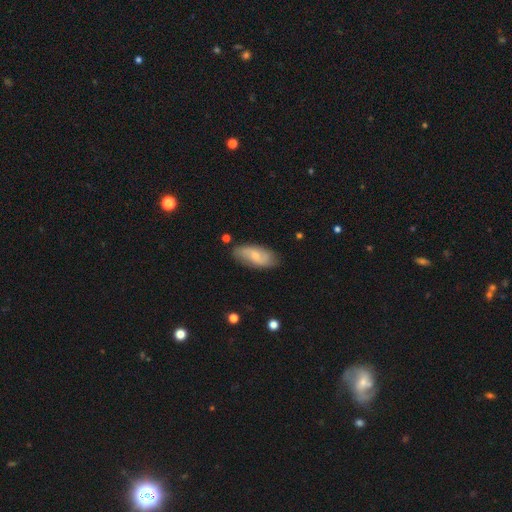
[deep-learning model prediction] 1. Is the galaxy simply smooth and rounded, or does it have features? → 48% featured or disk, 46% smooth, 6% star or artifact.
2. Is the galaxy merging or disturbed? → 81% none, 15% minor disturbance, 3% major disturbance, 2% merger.